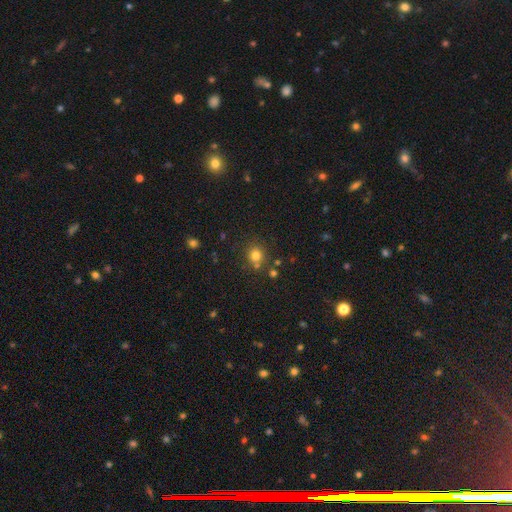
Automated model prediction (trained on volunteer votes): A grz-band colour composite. It shows a smooth galaxy with no disk features (77%) that is round (87%). Merging: none (72%).